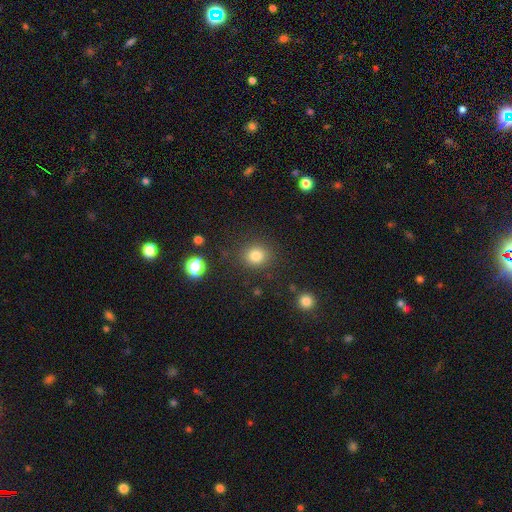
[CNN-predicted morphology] smooth_or_featured: smooth (p=0.83) [alt: star or artifact p=0.12]
how_rounded: round (p=0.84) [alt: in between p=0.15]
merging: none (p=0.85) [alt: minor disturbance p=0.09]